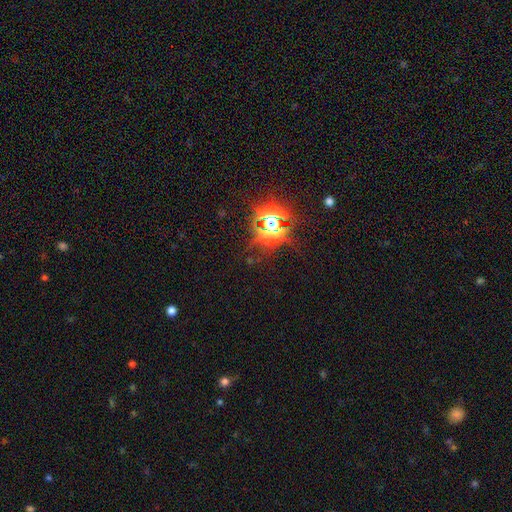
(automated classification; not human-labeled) Morphology: type=star or artifact (83%).